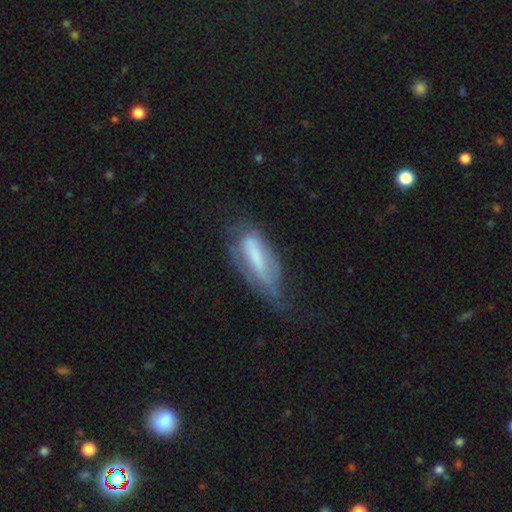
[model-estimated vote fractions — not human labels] This is possibly a featured or disk galaxy (47%). Merging: marginally none (32%, tied with major disturbance and minor disturbance).